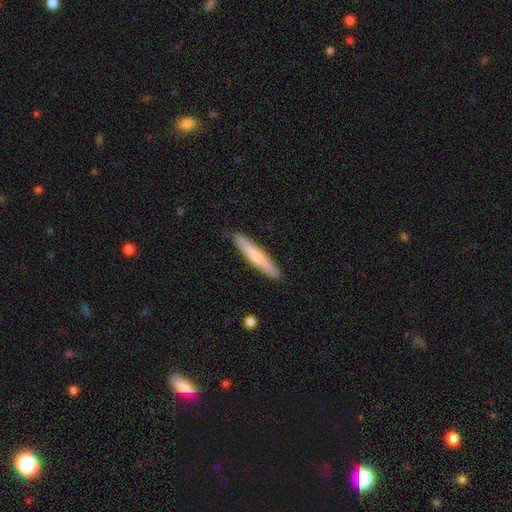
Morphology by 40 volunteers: smooth 75%, featured or disk 22%, star or artifact 2%. Down the decision tree: how rounded — cigar-shaped (93%); merging — none (90%).